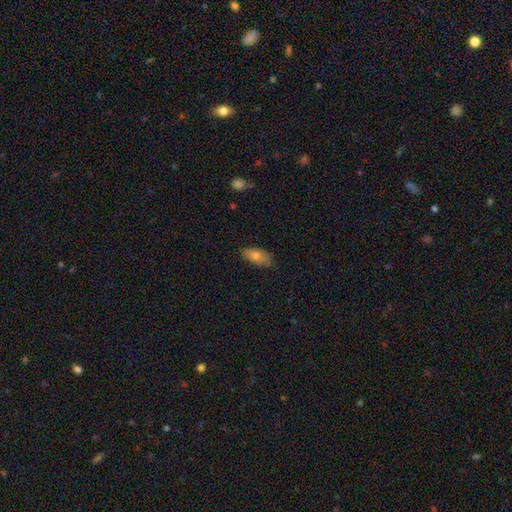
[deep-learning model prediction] Overall: smooth (75%). How rounded: in between (85%). Merging: none (78%).